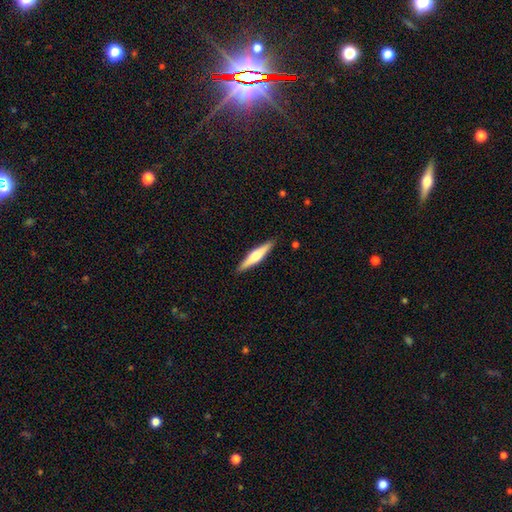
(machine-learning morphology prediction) smooth-or-featured: featured or disk: 59% | smooth: 36% | star or artifact: 5%
  disk-edge-on: yes: 97% | no: 3%
    edge-on-bulge: rounded: 91% | boxy: 5% | none: 4%
  merging: none: 90% | minor disturbance: 7% | major disturbance: 1% | merger: 1%